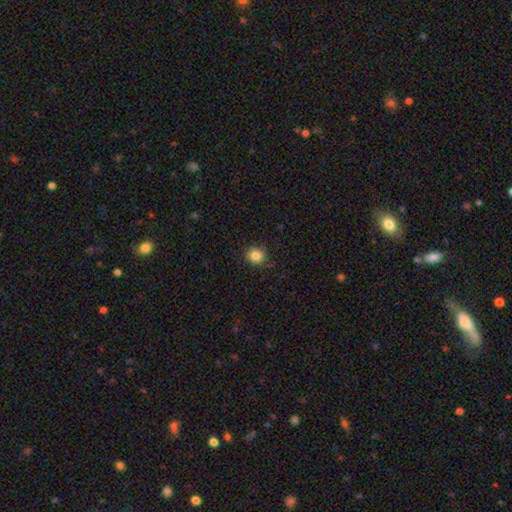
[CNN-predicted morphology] type=smooth (84%); roundness=round (86%); merging=none (81%).